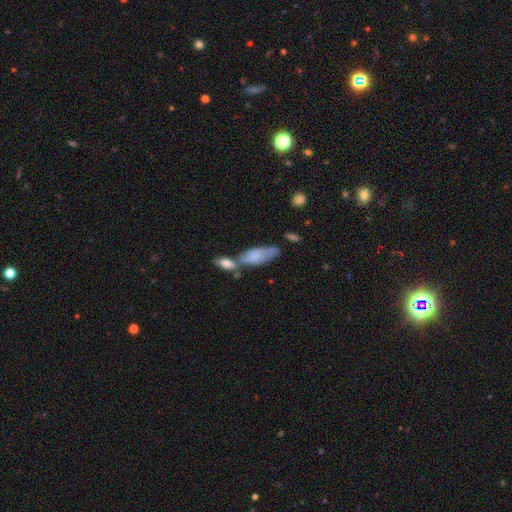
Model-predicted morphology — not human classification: Overall: smooth (70%). How rounded: in between (71%). Merging: merger (38%; none 36%).